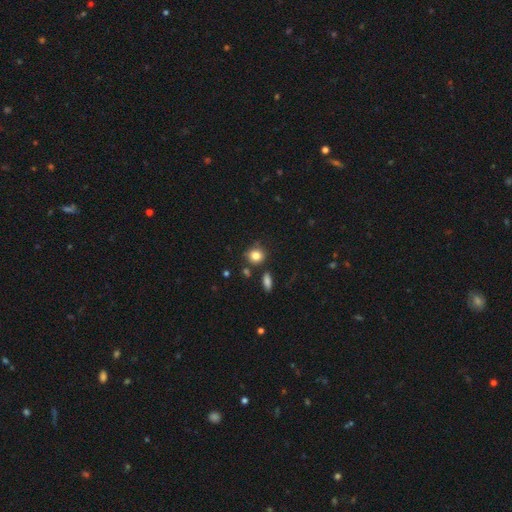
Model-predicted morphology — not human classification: Overall: smooth (82%). How rounded: round (79%). Merging: none (74%).